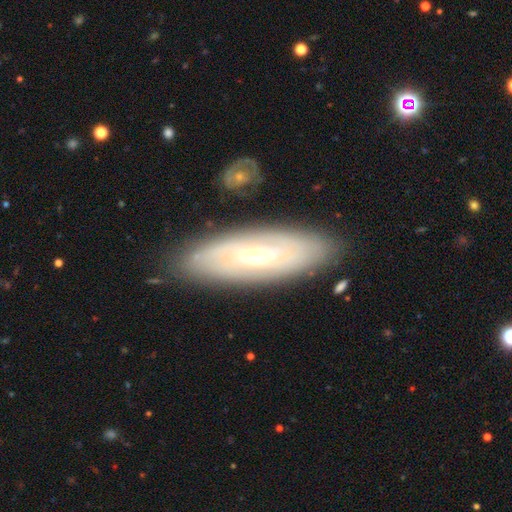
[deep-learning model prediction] smooth_or_featured: featured or disk (p=0.68) [alt: smooth p=0.25]
disk_edge_on: no (p=0.74) [alt: yes p=0.26]
bar: no (p=0.47) [alt: weak p=0.37]
has_spiral_arms: yes (p=0.66) [alt: no p=0.34]
bulge_size: moderate (p=0.58) [alt: small p=0.36]
merging: none (p=0.85) [alt: minor disturbance p=0.10]